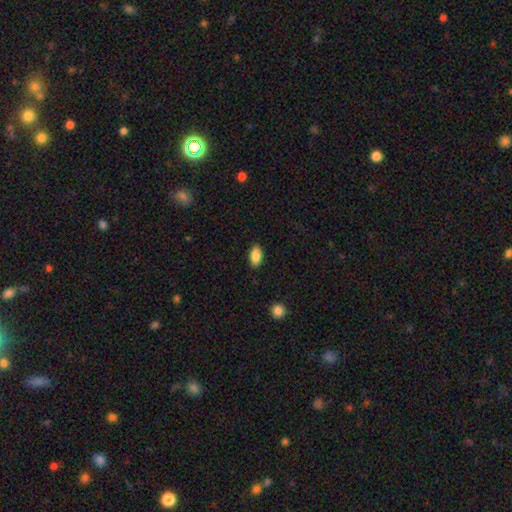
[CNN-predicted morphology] smooth 87%, star or artifact 7%, featured or disk 5%. Down the decision tree: how rounded — in between (92%); merging — none (88%).